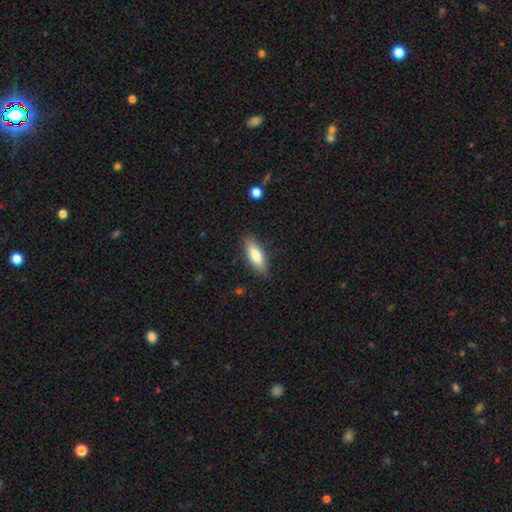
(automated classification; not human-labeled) This appears to be a smooth galaxy with no disk features (79%) that is in between round and cigar-shaped (66%). Merging: none (83%).